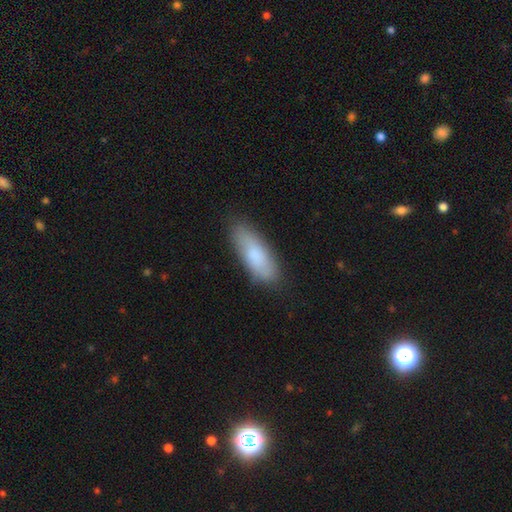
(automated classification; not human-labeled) Q: Smooth or featured?
A: smooth (80%); runner-up: featured or disk (14%)
Q: How rounded?
A: in between (66%); runner-up: cigar-shaped (32%)
Q: Merging?
A: none (80%); runner-up: minor disturbance (15%)